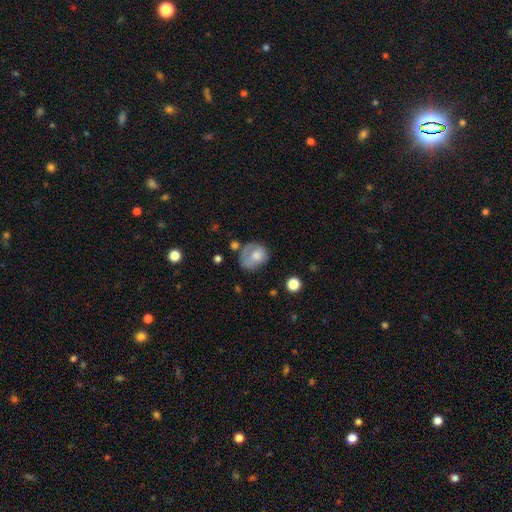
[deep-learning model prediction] This appears to be a smooth galaxy with no disk features (65%) that is round (57%). Merging: none (39%).